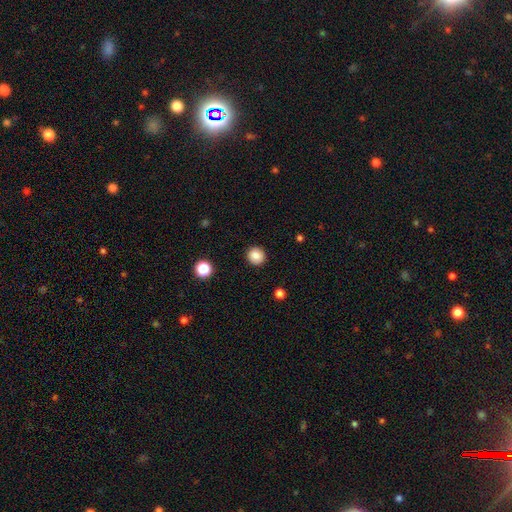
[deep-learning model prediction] Smooth or featured: smooth — 86% (star or artifact — 10%)
How rounded: round — 91% (in between — 8%)
Merging: none — 91% (minor disturbance — 6%)